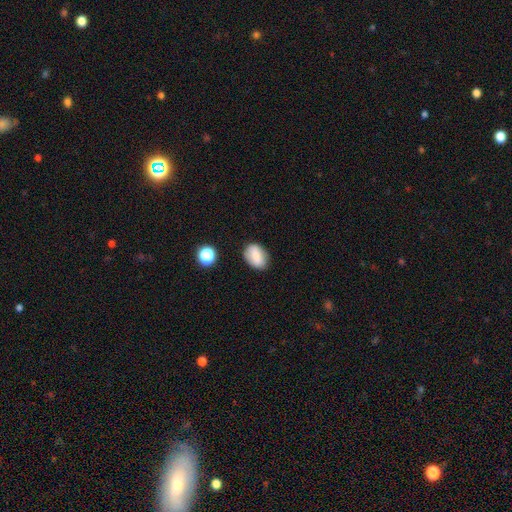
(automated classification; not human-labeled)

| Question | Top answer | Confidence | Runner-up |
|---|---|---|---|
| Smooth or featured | smooth | 80% | featured or disk (11%) |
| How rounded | in between | 80% | round (18%) |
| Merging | none | 80% | minor disturbance (14%) |